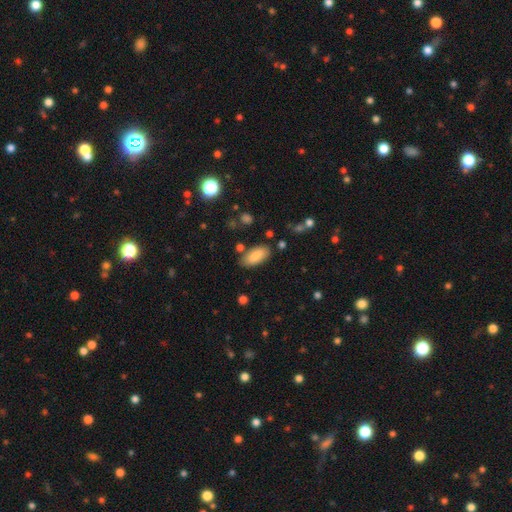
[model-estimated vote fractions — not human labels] A smooth galaxy with no disk features (86%) that is in between round and cigar-shaped (90%). Merging: none (81%).